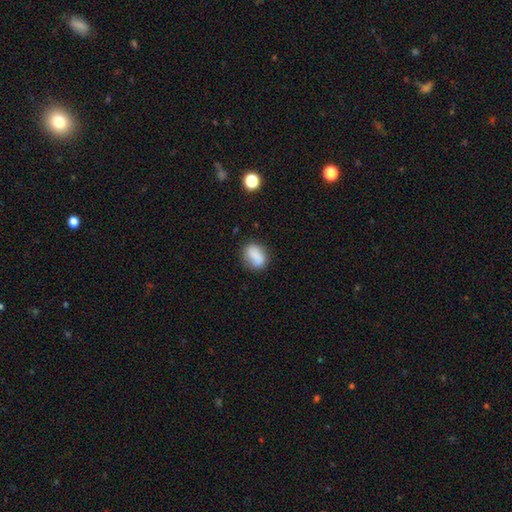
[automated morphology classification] The model was most divided on "merging": none: 71%, minor disturbance: 20%, major disturbance: 5%, merger: 3%. More confident: smooth or featured — smooth (83%); how rounded — in between (76%).